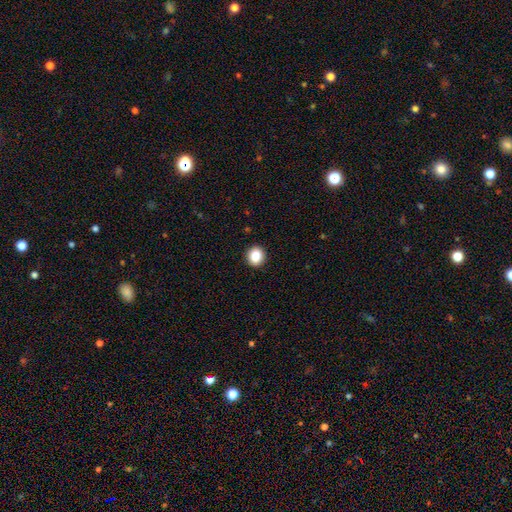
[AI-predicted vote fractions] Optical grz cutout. It shows a smooth galaxy with no disk features (86%) that is round (79%). Merging: none (92%).